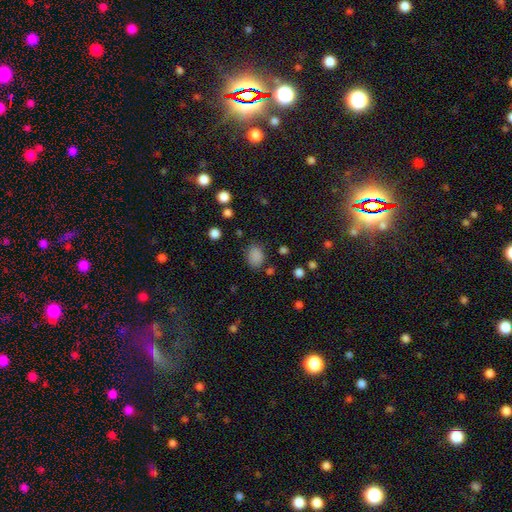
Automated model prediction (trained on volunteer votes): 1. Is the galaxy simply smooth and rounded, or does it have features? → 84% smooth, 12% star or artifact, 4% featured or disk.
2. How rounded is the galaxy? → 70% in between, 29% round, 1% cigar-shaped.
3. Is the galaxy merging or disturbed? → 77% none, 15% minor disturbance, 5% major disturbance, 3% merger.